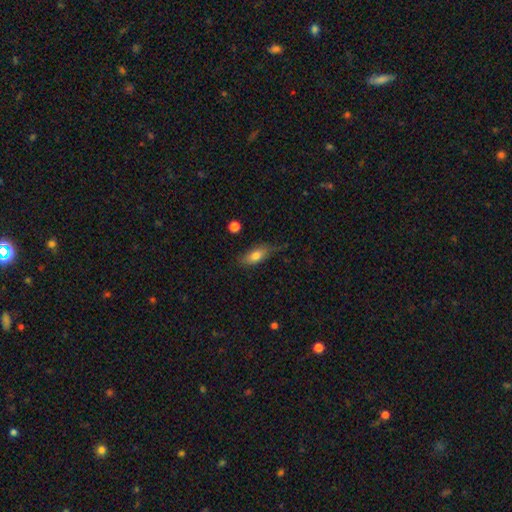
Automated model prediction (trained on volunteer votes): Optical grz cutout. It shows a smooth galaxy with no disk features (75%) that is in between round and cigar-shaped (78%). Merging: none (62%).